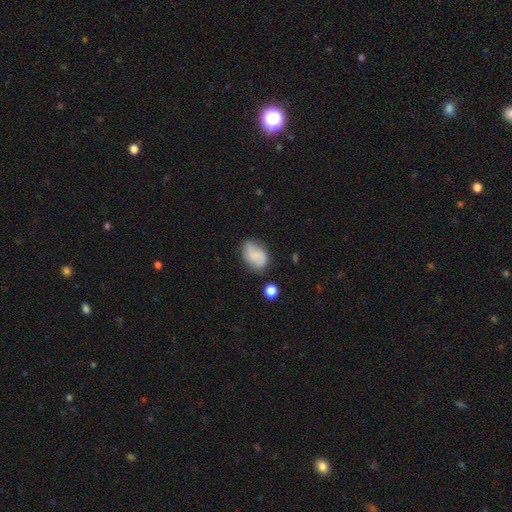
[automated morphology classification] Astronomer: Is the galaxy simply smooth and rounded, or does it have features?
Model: smooth — 63%.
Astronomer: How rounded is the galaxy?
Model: in between — 82%.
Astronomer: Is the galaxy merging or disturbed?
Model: none — 59%.